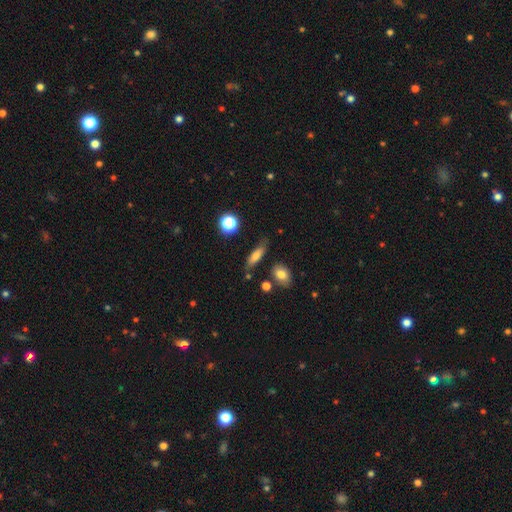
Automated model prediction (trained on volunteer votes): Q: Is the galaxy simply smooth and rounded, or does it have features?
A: smooth — 70%.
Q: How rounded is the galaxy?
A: in between — 49%.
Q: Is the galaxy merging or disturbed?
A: none — 70%.